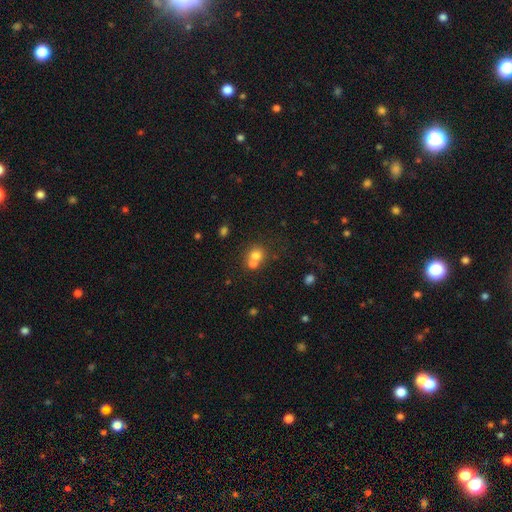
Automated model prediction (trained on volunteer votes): This appears to be a smooth galaxy with no disk features (72%) that is round (82%). Merging: merger (53%).